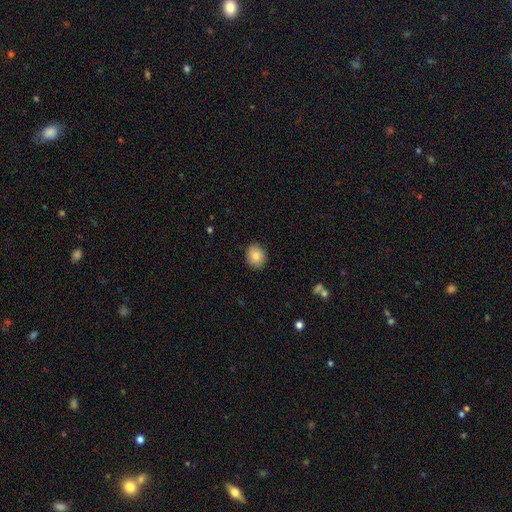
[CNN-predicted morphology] A smooth galaxy with no disk features (85%) that is round (68%).

Vote fractions:
- Smooth or featured? smooth: 85% / star or artifact: 8% / featured or disk: 6%
- How rounded? round: 68% / in between: 31% / cigar-shaped: 1%
- Merging? none: 87% / minor disturbance: 10% / major disturbance: 2% / merger: 1%